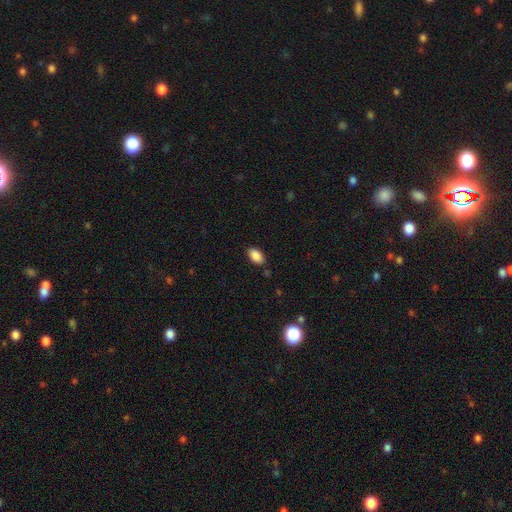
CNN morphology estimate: smooth-or-featured: smooth: 88% | star or artifact: 8% | featured or disk: 4%
  how-rounded: in between: 93% | round: 5% | cigar-shaped: 2%
  merging: none: 85% | minor disturbance: 11% | major disturbance: 2% | merger: 2%